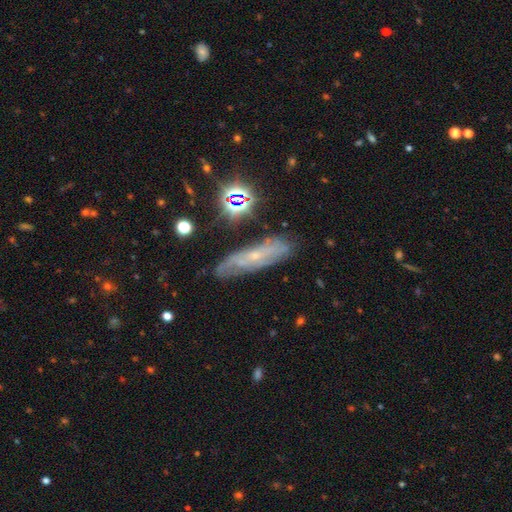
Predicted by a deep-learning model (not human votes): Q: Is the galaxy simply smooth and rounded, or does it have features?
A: featured or disk — 60%.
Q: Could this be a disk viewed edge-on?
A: no — 66%.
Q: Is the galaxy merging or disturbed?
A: none — 74%.